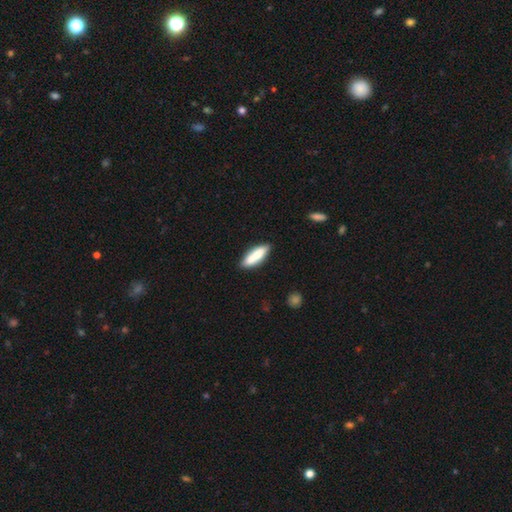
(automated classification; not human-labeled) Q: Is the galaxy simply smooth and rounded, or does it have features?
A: smooth — 73%.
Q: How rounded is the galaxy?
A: cigar-shaped — 50%.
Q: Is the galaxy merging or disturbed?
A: none — 78%.